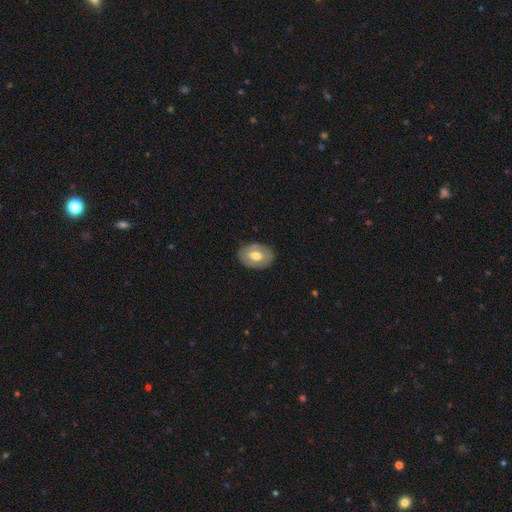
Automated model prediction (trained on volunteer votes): Overall: smooth (56%; featured or disk 38%). How rounded: in between (80%). Merging: none (85%).